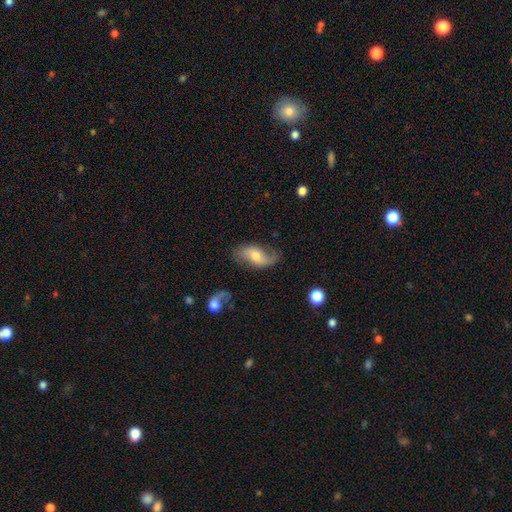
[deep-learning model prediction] A featured or disk galaxy (67%) with no bar (53%), 2 (81%) loose (63%) spiral arms (90%) and a moderate central bulge (65%). Merging: none (64%).